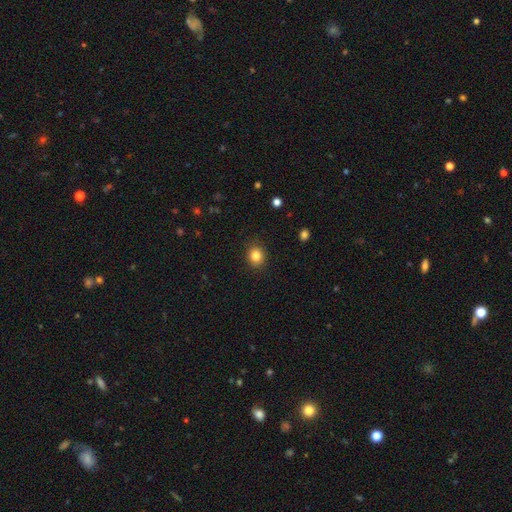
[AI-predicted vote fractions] Smooth or featured: smooth — 84% (star or artifact — 11%)
How rounded: round — 71% (in between — 29%)
Merging: none — 88% (minor disturbance — 8%)